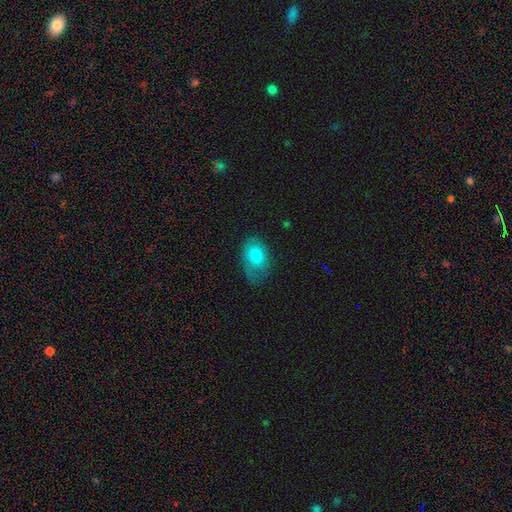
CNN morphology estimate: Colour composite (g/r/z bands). It shows a smooth galaxy with no disk features (77%) that is in between round and cigar-shaped (89%). Merging: none (57%).